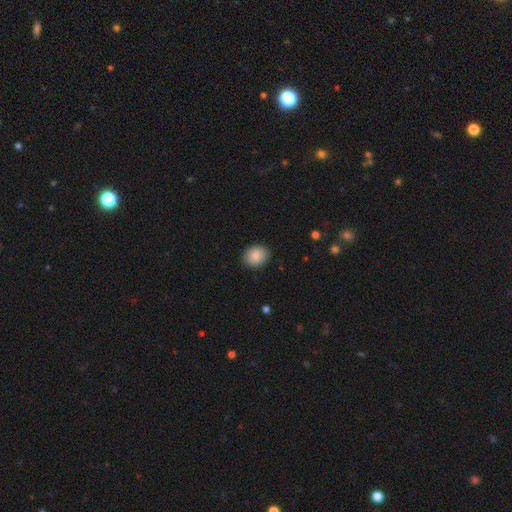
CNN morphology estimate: Smooth or featured? Predicted: smooth (p=0.86). How rounded? Predicted: in between (p=0.50). Merging? Predicted: none (p=0.87).